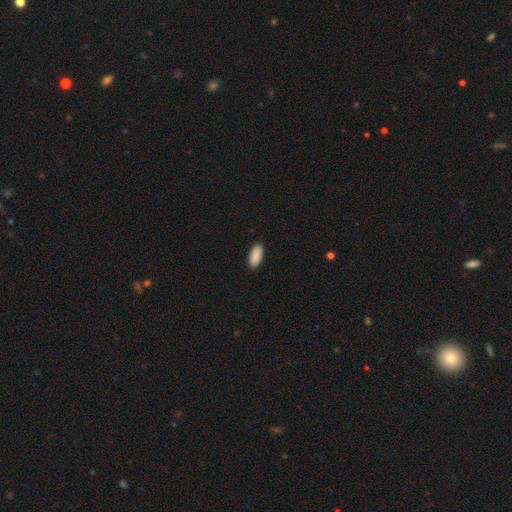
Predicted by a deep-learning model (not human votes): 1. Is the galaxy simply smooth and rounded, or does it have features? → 91% smooth, 6% star or artifact, 3% featured or disk.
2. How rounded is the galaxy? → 91% in between, 7% cigar-shaped, 2% round.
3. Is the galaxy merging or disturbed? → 89% none, 8% minor disturbance, 2% major disturbance, 1% merger.